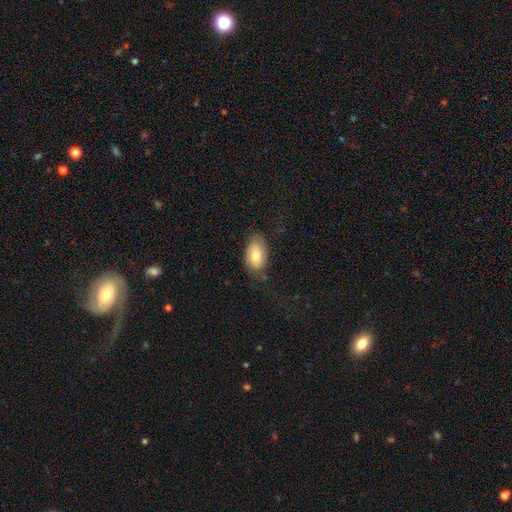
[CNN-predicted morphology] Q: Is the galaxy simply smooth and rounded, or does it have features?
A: smooth — 76%.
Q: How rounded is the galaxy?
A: in between — 91%.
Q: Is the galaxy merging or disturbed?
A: none — 71%.